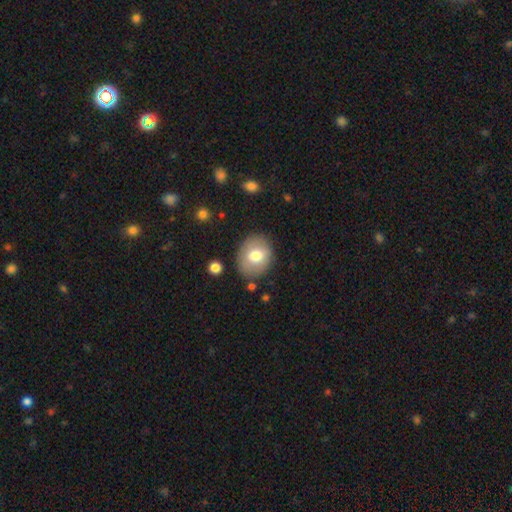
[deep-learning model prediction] Smooth or featured? Predicted: smooth (p=0.73). How rounded? Predicted: round (p=0.53). Merging? Predicted: none (p=0.82).